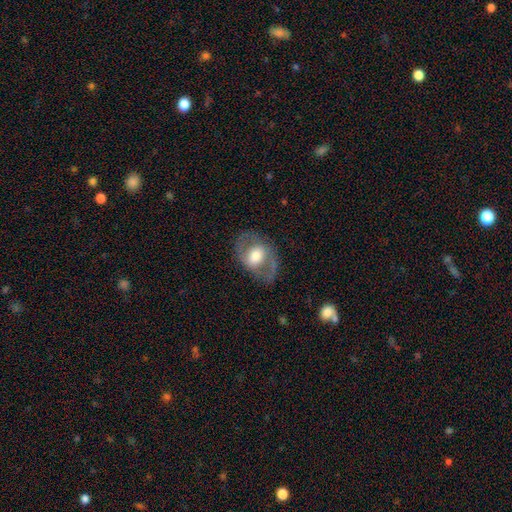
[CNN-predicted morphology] Overall: featured or disk (58%; smooth 35%). Edge-on disk: no (93%). Bar: no (48%; weak 35%). Spiral arms: yes (53%; no 47%). Bulge size: moderate (54%; large 32%). Merging: none (73%).